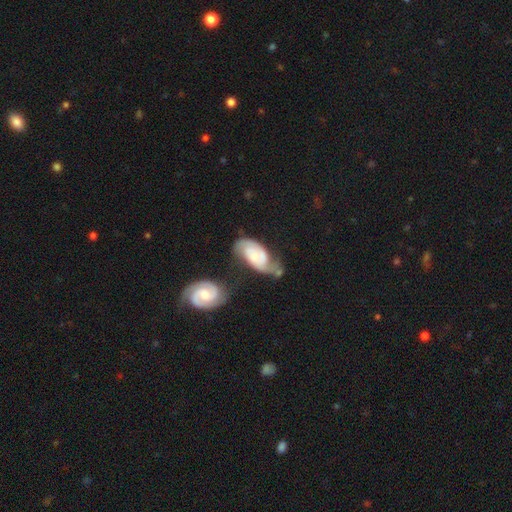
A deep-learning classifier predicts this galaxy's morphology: Overall: featured or disk (73%). Edge-on disk: no (96%). Bar: no (58%; weak 34%). Spiral arms: yes (94%). Spiral arm count: 2 (82%). Spiral winding: tight (44%; medium 42%). Bulge size: small (48%; moderate 29%). Merging: none (37%; minor disturbance 25%).